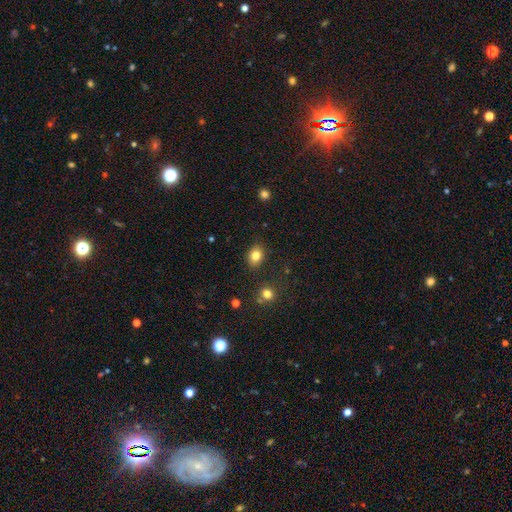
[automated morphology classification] This appears to be a smooth galaxy with no disk features (81%) that is in between round and cigar-shaped (59%). Merging: none (83%).